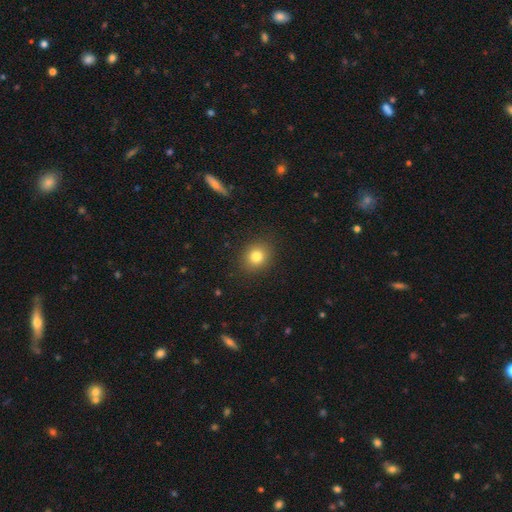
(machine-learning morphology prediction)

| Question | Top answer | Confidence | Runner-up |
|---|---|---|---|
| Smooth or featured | smooth | 80% | star or artifact (12%) |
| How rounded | round | 74% | in between (25%) |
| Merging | none | 89% | minor disturbance (7%) |